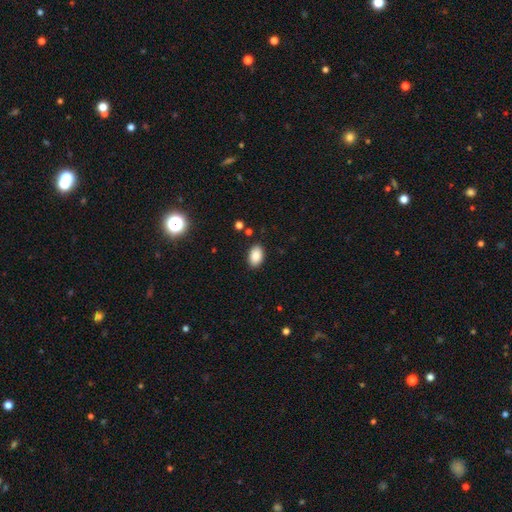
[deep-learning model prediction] Smooth or featured? smooth (88%)
How rounded? in between (90%)
Merging? none (87%)